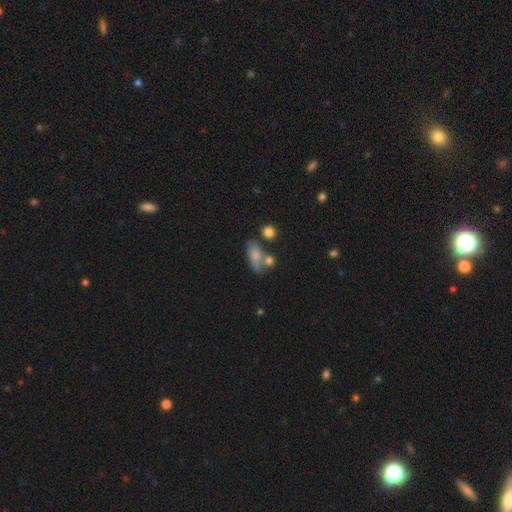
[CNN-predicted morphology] Smooth or featured? Predicted: smooth (p=0.72). How rounded? Predicted: in between (p=0.78). Merging? Predicted: none (p=0.47).